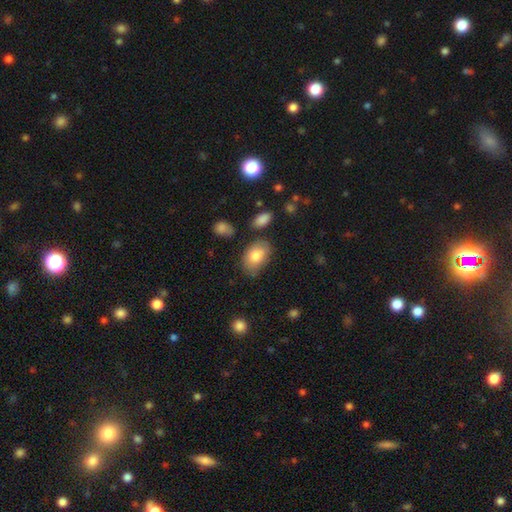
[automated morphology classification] The model was most divided on "merging": none: 66%, minor disturbance: 23%, major disturbance: 6%, merger: 5%. More confident: how rounded — in between (86%); smooth or featured — smooth (79%).